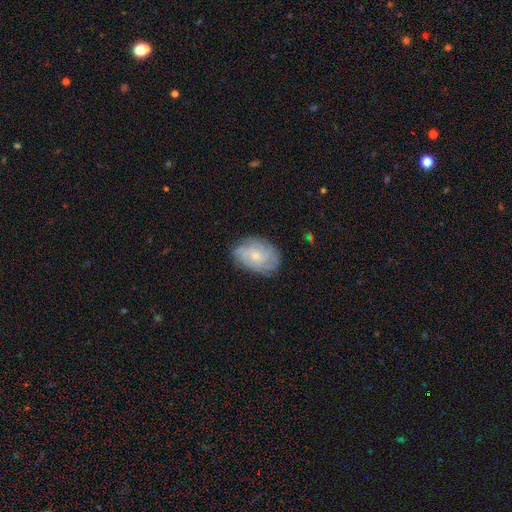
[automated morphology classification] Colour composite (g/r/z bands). It shows a featured or disk galaxy (63%) with no bar (78%), tight (64%) spiral arms (88%) and a small central bulge (61%). Merging: none (78%).